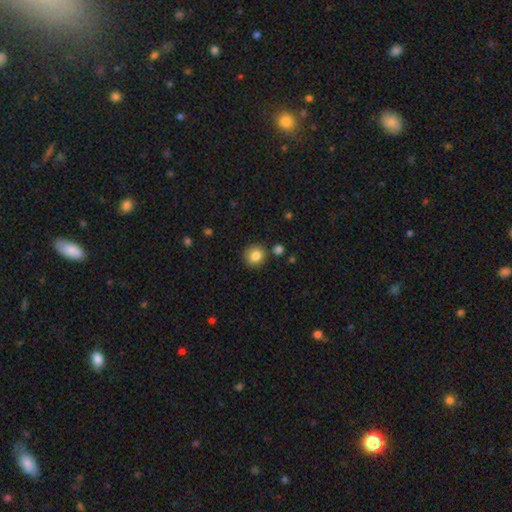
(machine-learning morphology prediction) Smooth or featured? smooth (84%)
How rounded? round (91%)
Merging? none (83%)